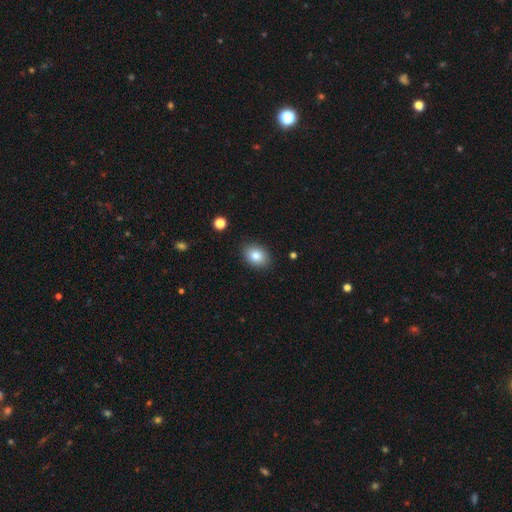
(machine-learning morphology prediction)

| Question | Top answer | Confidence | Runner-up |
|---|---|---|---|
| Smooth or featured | smooth | 83% | star or artifact (9%) |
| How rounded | in between | 68% | round (31%) |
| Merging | none | 87% | minor disturbance (9%) |